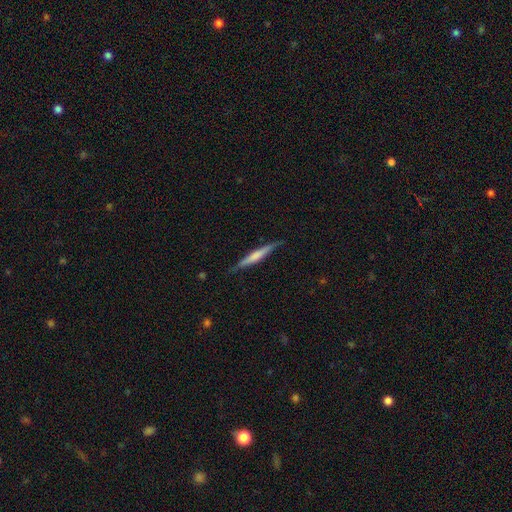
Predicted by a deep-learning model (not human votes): Smooth or featured?
  - featured or disk: 48% *
  - smooth: 47%
  - star or artifact: 5%
Merging?
  - none: 81% *
  - minor disturbance: 14%
  - major disturbance: 3%
  - merger: 1%